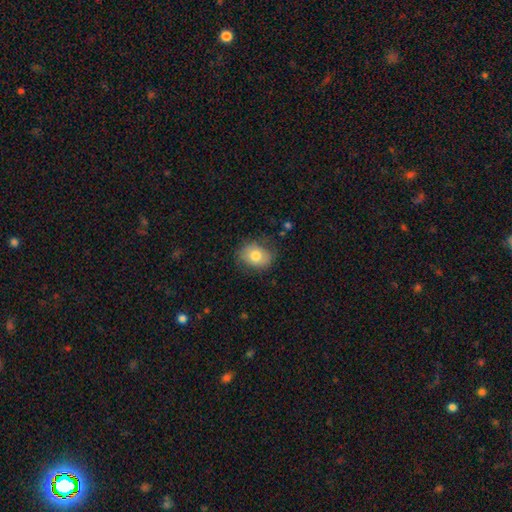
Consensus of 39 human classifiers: smooth-or-featured: smooth: 67% | featured or disk: 28% | star or artifact: 5%
  how-rounded: in between: 85% | round: 15% | cigar-shaped: 0%
  merging: none: 78% | minor disturbance: 16% | major disturbance: 3% | merger: 3%